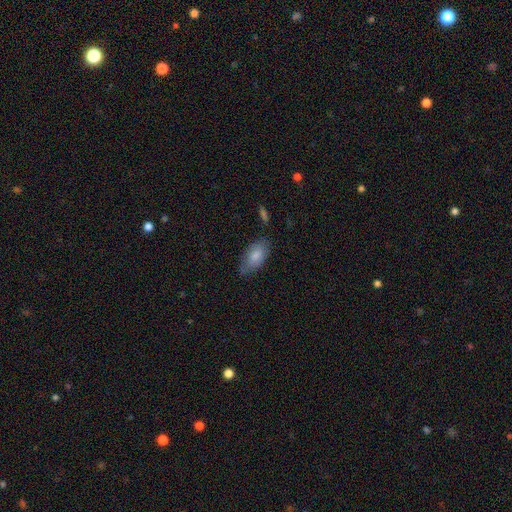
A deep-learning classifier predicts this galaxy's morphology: This is likely a smooth galaxy (80%). How rounded: clearly in between (92%). Merging: likely none (63%).